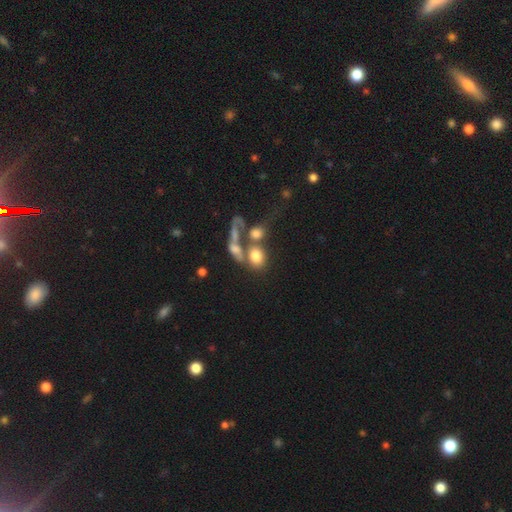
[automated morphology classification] Smooth or featured?
  - smooth: 69% *
  - featured or disk: 19%
  - star or artifact: 12%
How rounded?
  - in between: 56% *
  - round: 41%
  - cigar-shaped: 3%
Merging?
  - merger: 49% *
  - none: 27%
  - major disturbance: 14%
  - minor disturbance: 9%